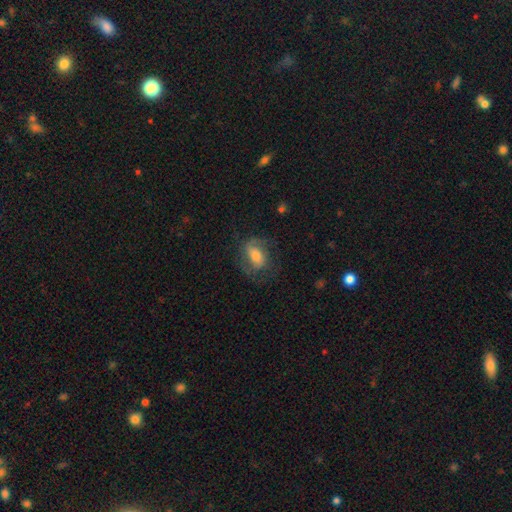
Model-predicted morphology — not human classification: smooth-or-featured: featured or disk: 47% | smooth: 45% | star or artifact: 8%
  merging: none: 59% | minor disturbance: 22% | major disturbance: 18% | merger: 1%